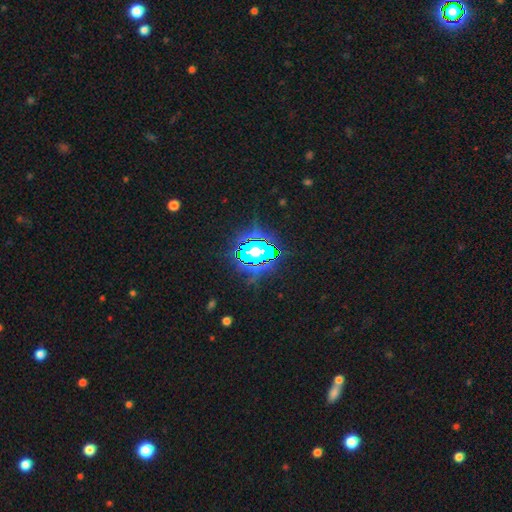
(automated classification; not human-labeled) This is likely a star or artifact rather than a galaxy (79%).